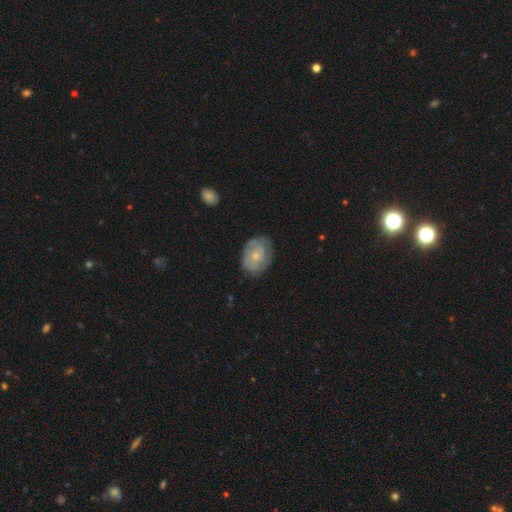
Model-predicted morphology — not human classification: Overall: featured or disk (59%; smooth 34%). Edge-on disk: no (97%). Bar: no (82%). Spiral arms: yes (71%). Bulge size: small (64%; moderate 31%). Merging: none (71%).